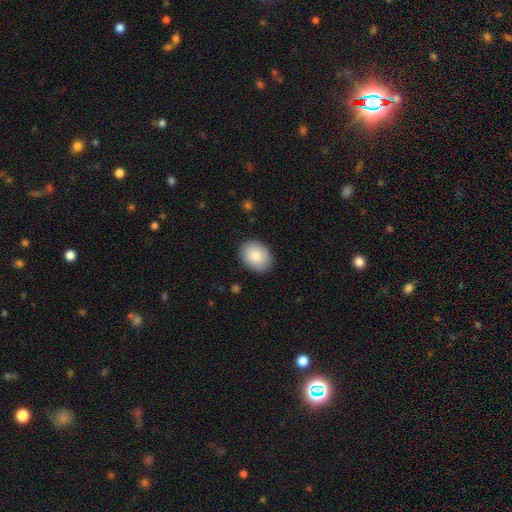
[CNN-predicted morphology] Smooth or featured?
  - smooth: 84% *
  - featured or disk: 9%
  - star or artifact: 6%
How rounded?
  - in between: 67% *
  - round: 32%
  - cigar-shaped: 1%
Merging?
  - none: 88% *
  - minor disturbance: 9%
  - major disturbance: 2%
  - merger: 1%